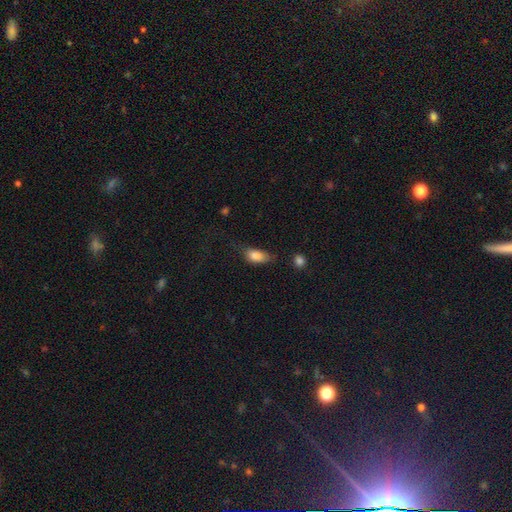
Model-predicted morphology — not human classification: Overall: smooth (83%). How rounded: in between (88%). Merging: none (49%; minor disturbance 34%).